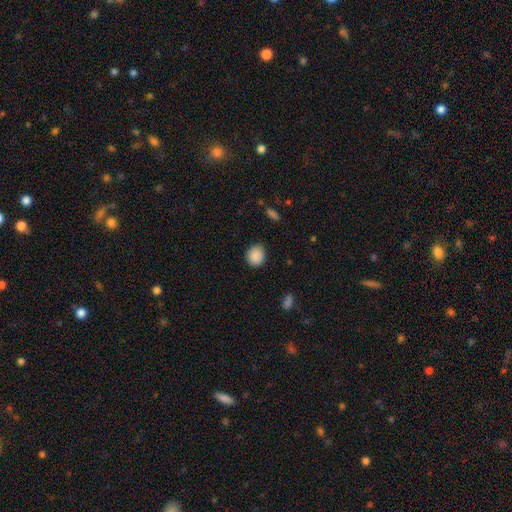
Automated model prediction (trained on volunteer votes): Overall: smooth (89%). How rounded: round (81%). Merging: none (86%).